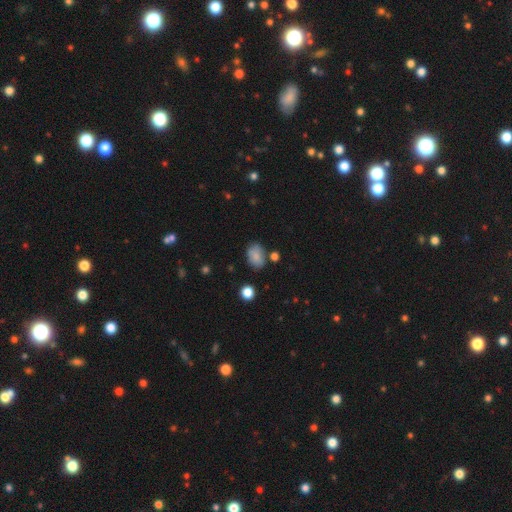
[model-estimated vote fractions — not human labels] The model was most divided on "merging": none: 70%, minor disturbance: 19%, merger: 6%, major disturbance: 5%. More confident: how rounded — in between (83%); smooth or featured — smooth (82%).